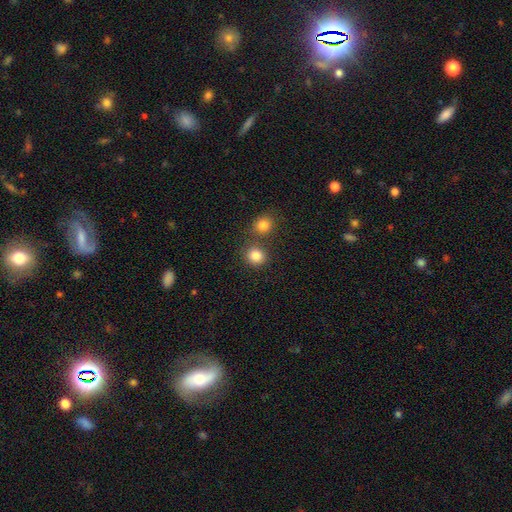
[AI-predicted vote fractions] Morphology: type=smooth (84%); roundness=round (85%); merging=none (69%).